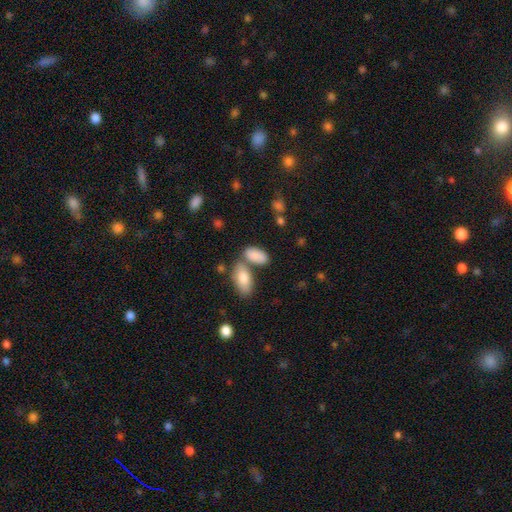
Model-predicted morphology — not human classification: This appears to be a smooth galaxy with no disk features (85%) that is in between round and cigar-shaped (92%). Merging: none (52%).